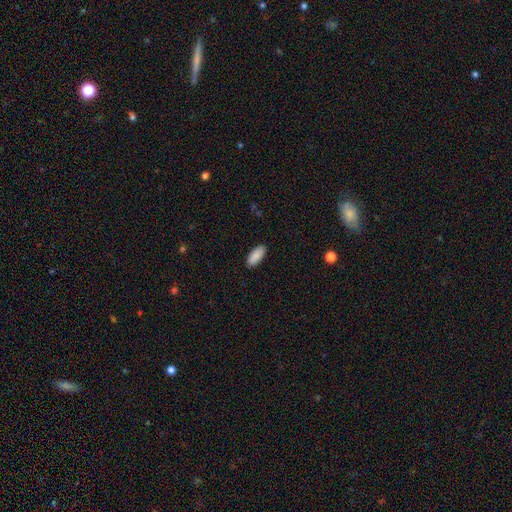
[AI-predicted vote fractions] Smooth or featured: smooth — 90% (star or artifact — 6%)
How rounded: in between — 85% (cigar-shaped — 14%)
Merging: none — 89% (minor disturbance — 8%)